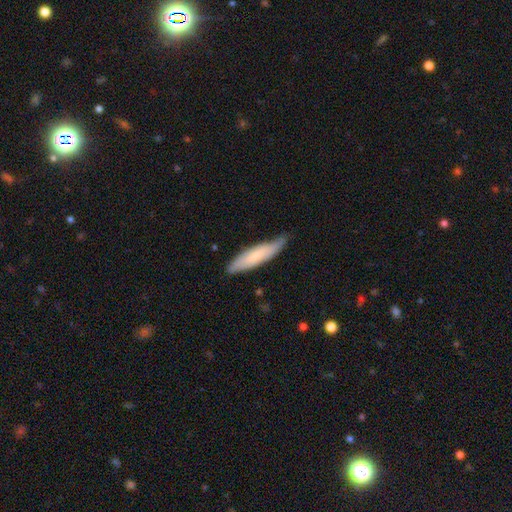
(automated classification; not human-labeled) smooth 68%, featured or disk 26%, star or artifact 6%. Down the decision tree: how rounded — cigar-shaped (74%); merging — none (70%).